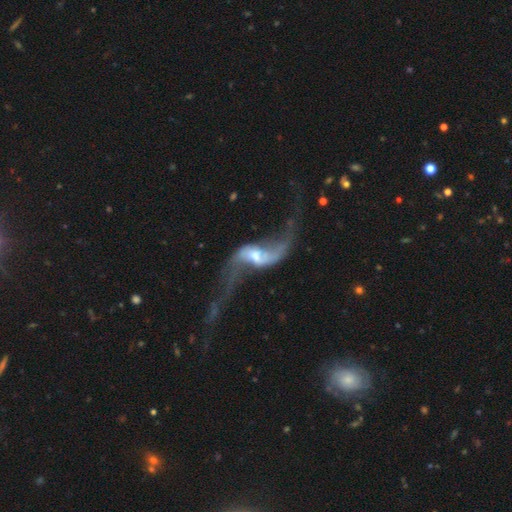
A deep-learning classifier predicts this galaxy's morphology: The model was most divided on "bulge size": moderate: 44%, small: 31%, none: 12%, large: 11%, dominant: 2%. Remaining: spiral winding — loose (95%); spiral arms — yes (94%); edge-on disk — no (94%); spiral arm count — 2 (94%); smooth or featured — featured or disk (89%); merging — none (48%); bar — weak (45%).